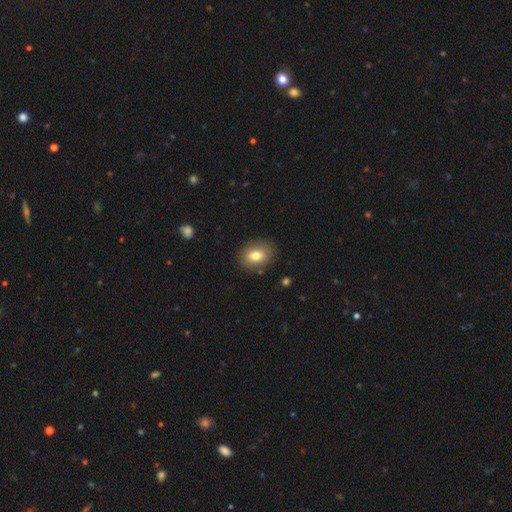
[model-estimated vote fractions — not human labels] This is likely a smooth galaxy (78%). How rounded: likely in between (61%). Merging: clearly none (84%).